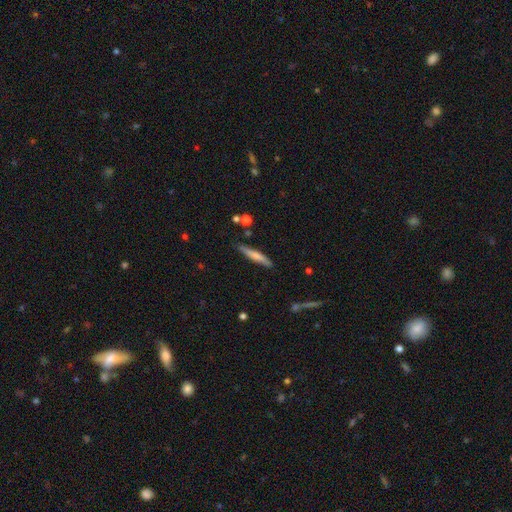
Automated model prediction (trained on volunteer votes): Smooth or featured: smooth — 67% (featured or disk — 27%)
How rounded: cigar-shaped — 93% (in between — 6%)
Merging: none — 85% (minor disturbance — 11%)